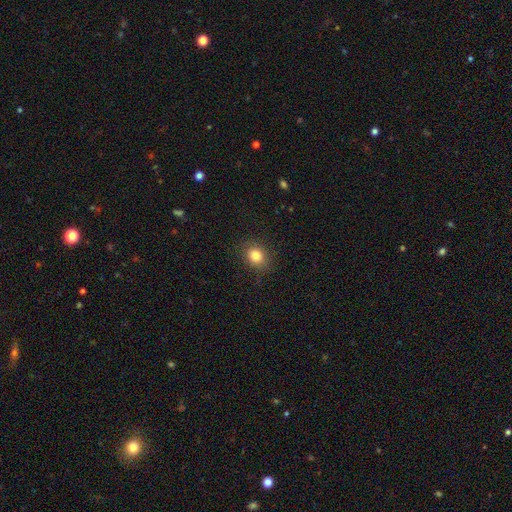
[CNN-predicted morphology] type=smooth (82%); roundness=round (64%); merging=none (87%).